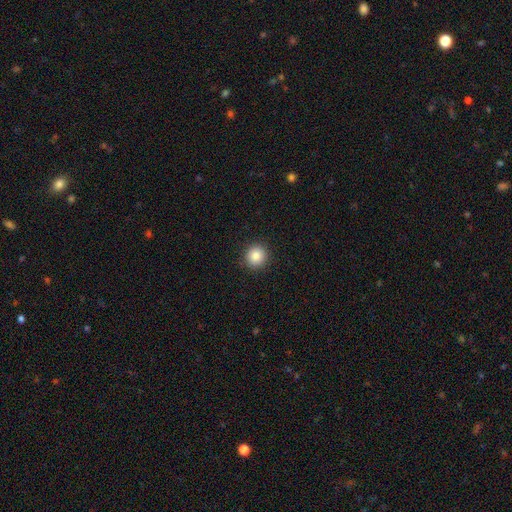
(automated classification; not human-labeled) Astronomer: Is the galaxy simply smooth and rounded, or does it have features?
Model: smooth — 84%.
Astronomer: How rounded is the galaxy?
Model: round — 93%.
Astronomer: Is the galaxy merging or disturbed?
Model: none — 92%.